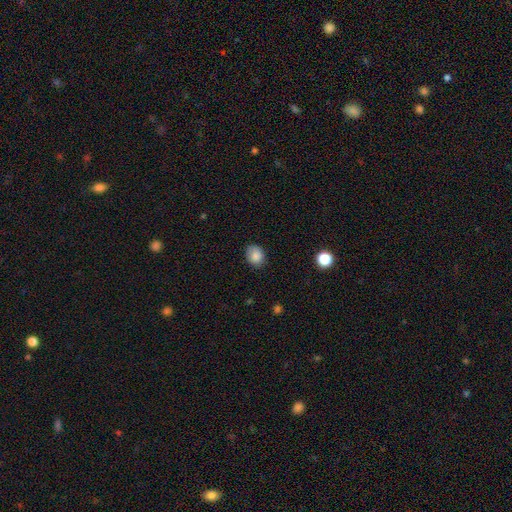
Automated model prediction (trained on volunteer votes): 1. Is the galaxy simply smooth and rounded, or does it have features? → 85% smooth, 9% star or artifact, 5% featured or disk.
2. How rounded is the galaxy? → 57% round, 42% in between, 1% cigar-shaped.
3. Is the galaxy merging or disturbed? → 76% none, 19% minor disturbance, 4% major disturbance, 1% merger.